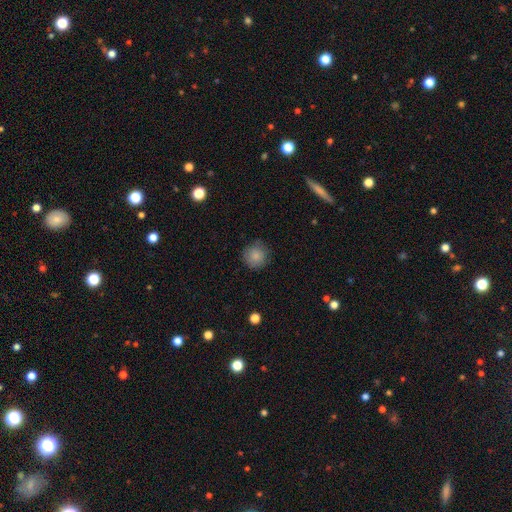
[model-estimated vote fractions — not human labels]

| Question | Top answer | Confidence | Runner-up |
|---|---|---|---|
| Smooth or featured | smooth | 85% | star or artifact (9%) |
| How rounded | round | 94% | in between (5%) |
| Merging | none | 84% | minor disturbance (12%) |